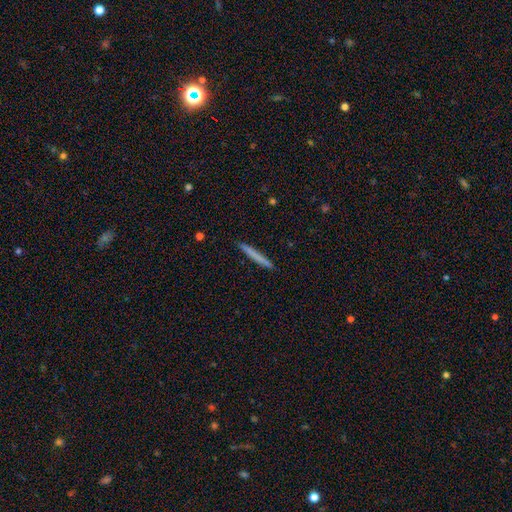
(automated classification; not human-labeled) smooth_or_featured: smooth (p=0.68) [alt: featured or disk p=0.26]
how_rounded: cigar-shaped (p=0.97) [alt: in between p=0.02]
merging: none (p=0.92) [alt: minor disturbance p=0.06]